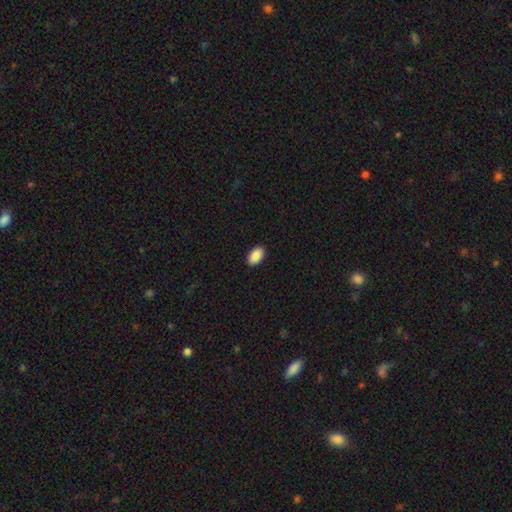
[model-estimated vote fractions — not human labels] Smooth or featured: smooth — 90% (star or artifact — 7%)
How rounded: in between — 94% (round — 4%)
Merging: none — 91% (minor disturbance — 7%)